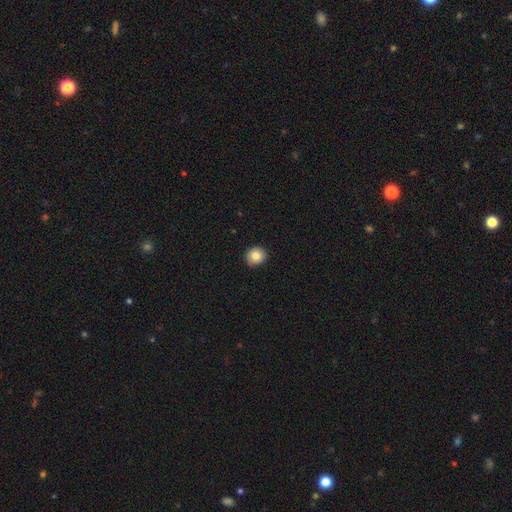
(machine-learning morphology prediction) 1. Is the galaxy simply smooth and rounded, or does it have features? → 82% smooth, 9% star or artifact, 8% featured or disk.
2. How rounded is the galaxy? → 88% round, 11% in between, 1% cigar-shaped.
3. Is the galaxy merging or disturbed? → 87% none, 10% minor disturbance, 2% major disturbance, 1% merger.